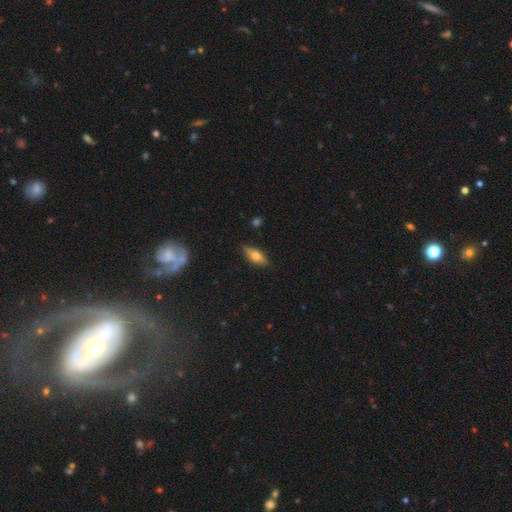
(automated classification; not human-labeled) Morphology: type=smooth (51%); roundness=in between (62%); merging=none (83%).